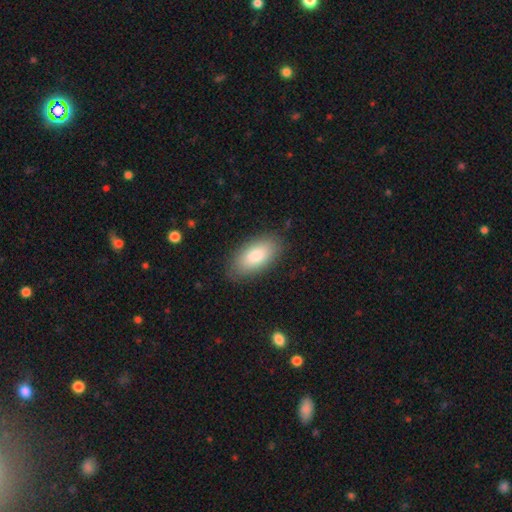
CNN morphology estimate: Smooth or featured? smooth (82%)
How rounded? in between (92%)
Merging? none (85%)